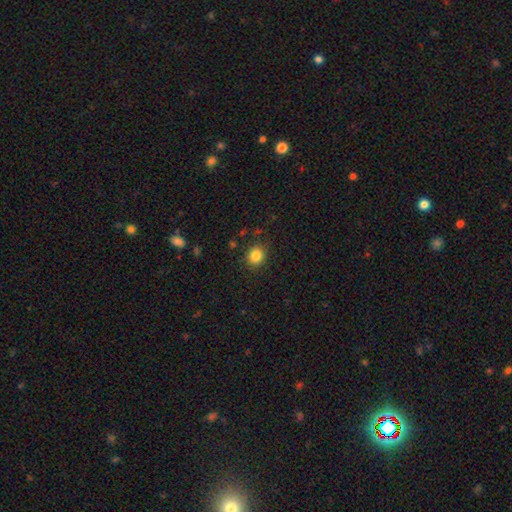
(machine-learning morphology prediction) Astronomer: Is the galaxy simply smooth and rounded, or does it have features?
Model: smooth — 84%.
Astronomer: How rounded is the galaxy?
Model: round — 79%.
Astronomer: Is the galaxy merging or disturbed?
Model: none — 88%.